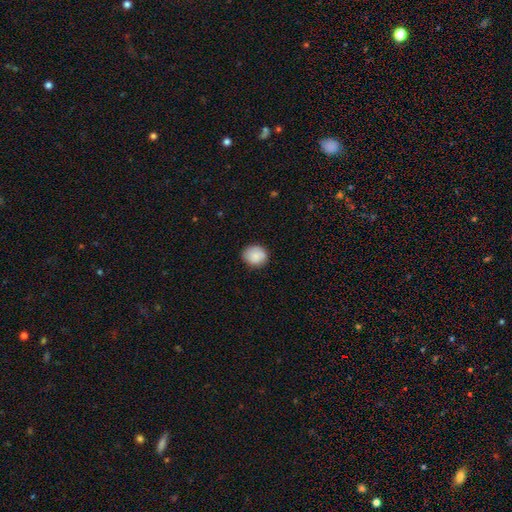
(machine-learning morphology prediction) smooth 87%, star or artifact 7%, featured or disk 6%. Down the decision tree: how rounded — round (73%); merging — none (83%).